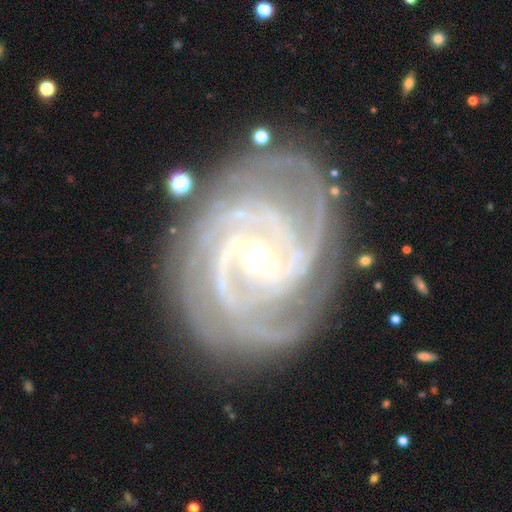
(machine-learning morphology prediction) smooth-or-featured: featured or disk: 92% | star or artifact: 5% | smooth: 3%
  disk-edge-on: no: 98% | yes: 2%
    bar: weak: 43% | no: 33% | strong: 24%
    has-spiral-arms: yes: 99% | no: 1%
      spiral-winding: tight: 63% | medium: 33% | loose: 4%
      spiral-arm-count: 3: 32% | 4: 22% | 2: 18% | can't tell: 12% | more than 4: 8% | 1: 7%
    bulge-size: small: 67% | moderate: 30% | large: 2% | none: 1% | dominant: 1%
  merging: none: 77% | minor disturbance: 15% | major disturbance: 6% | merger: 2%